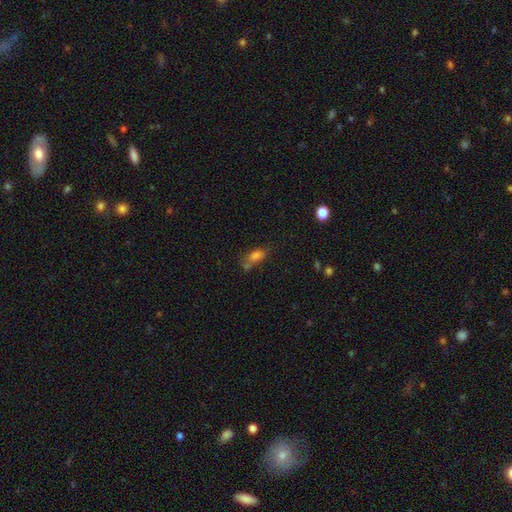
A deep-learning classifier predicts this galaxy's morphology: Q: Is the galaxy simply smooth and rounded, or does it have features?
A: smooth — 73%.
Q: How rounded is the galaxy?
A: in between — 79%.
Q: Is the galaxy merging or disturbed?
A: none — 44%.